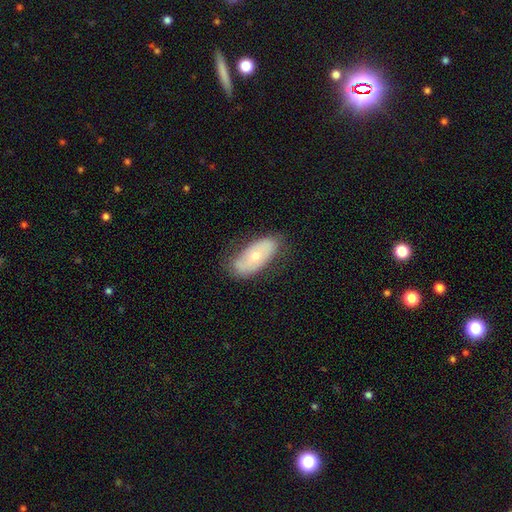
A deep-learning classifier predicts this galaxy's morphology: smooth_or_featured: smooth (p=0.47) [alt: featured or disk p=0.46]
merging: none (p=0.72) [alt: minor disturbance p=0.21]